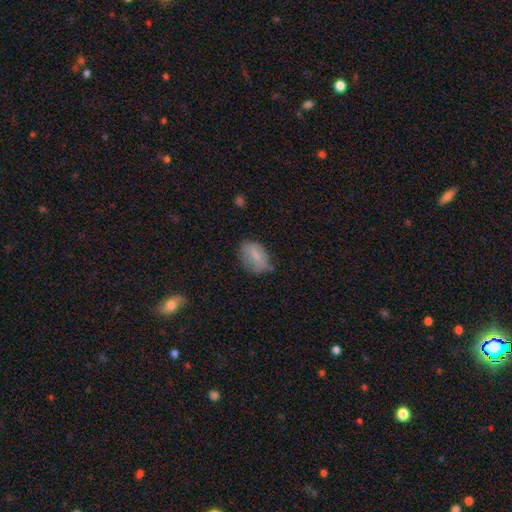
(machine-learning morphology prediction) Overall: smooth (73%). How rounded: in between (86%). Merging: none (64%; minor disturbance 26%).